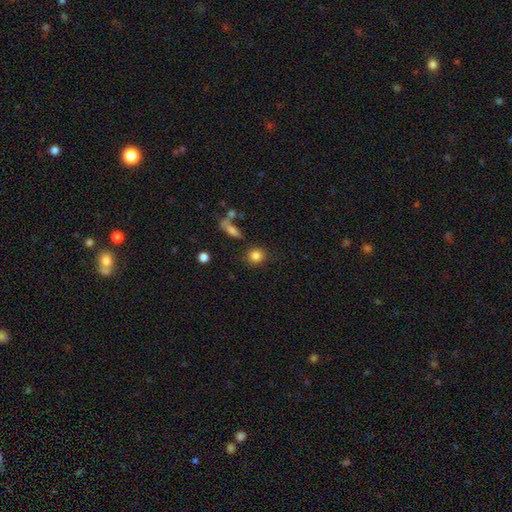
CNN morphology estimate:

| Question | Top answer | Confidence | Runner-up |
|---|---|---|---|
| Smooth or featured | smooth | 84% | star or artifact (10%) |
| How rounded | round | 85% | in between (13%) |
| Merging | none | 82% | minor disturbance (9%) |